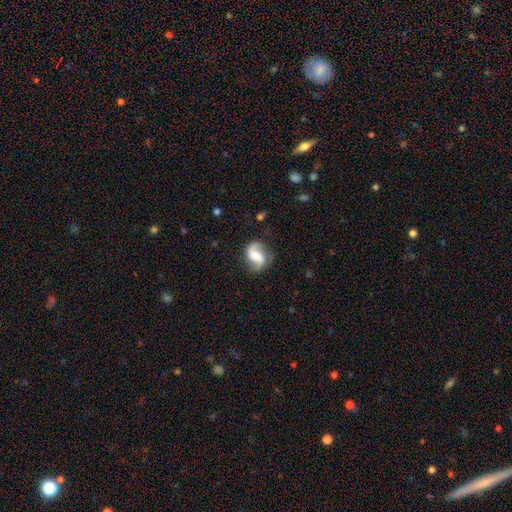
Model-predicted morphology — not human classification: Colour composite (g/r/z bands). It shows a featured or disk galaxy (79%) with a weak bar (42%), 2 (92%) loose (62%) spiral arms (95%) and a moderate central bulge (44%). Merging: none (77%).